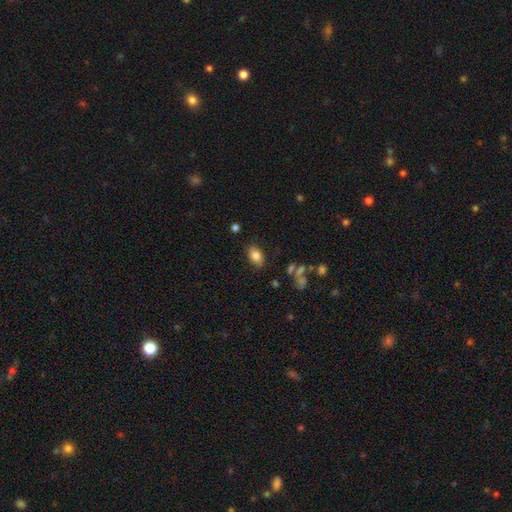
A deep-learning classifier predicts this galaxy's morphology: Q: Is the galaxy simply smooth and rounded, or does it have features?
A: smooth — 81%.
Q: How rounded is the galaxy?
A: in between — 86%.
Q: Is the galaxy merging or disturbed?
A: none — 82%.